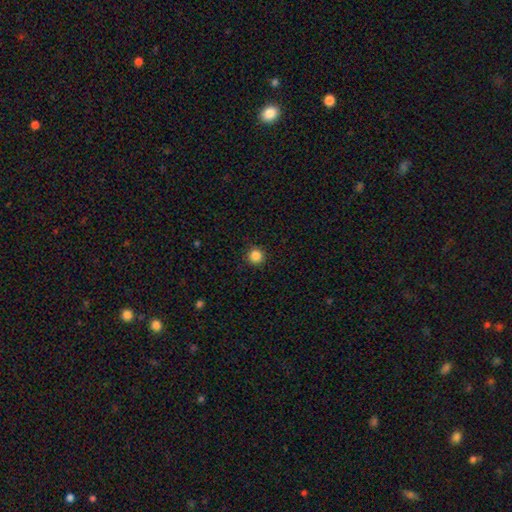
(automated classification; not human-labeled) This appears to be a smooth galaxy with no disk features (86%) that is round (96%). Merging: none (92%).